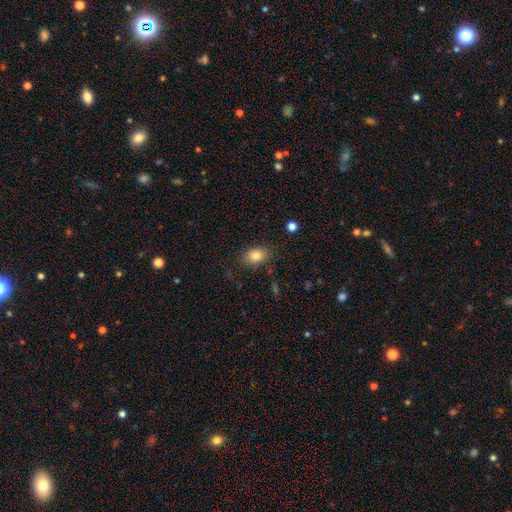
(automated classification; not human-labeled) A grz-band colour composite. It shows a smooth galaxy with no disk features (83%) that is in between round and cigar-shaped (80%). Merging: none (80%).